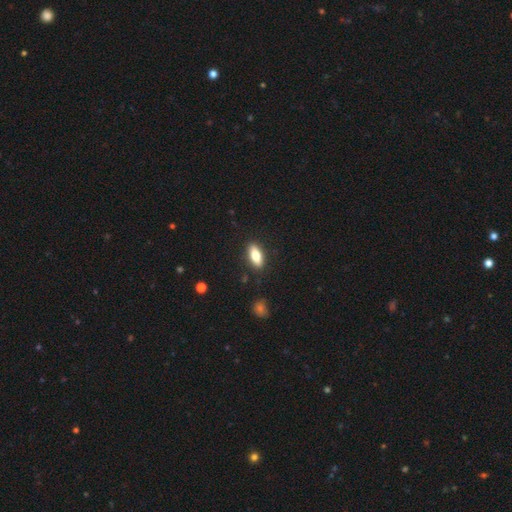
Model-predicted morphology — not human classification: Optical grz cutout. It shows a smooth galaxy with no disk features (77%) that is in between round and cigar-shaped (79%). Merging: none (87%).